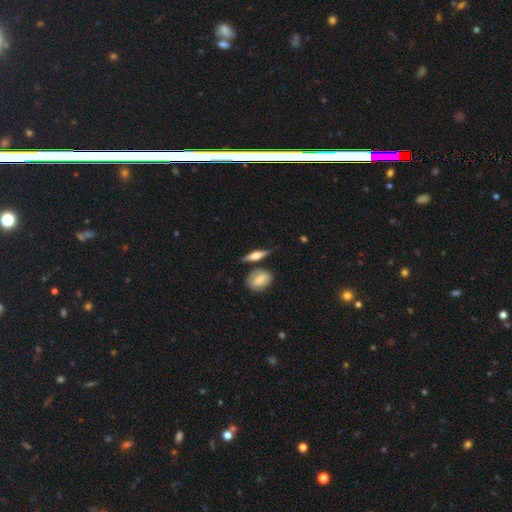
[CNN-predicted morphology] featured or disk 53%, smooth 41%, star or artifact 7%. Down the decision tree: edge-on disk — yes (91%); merging — none (74%).